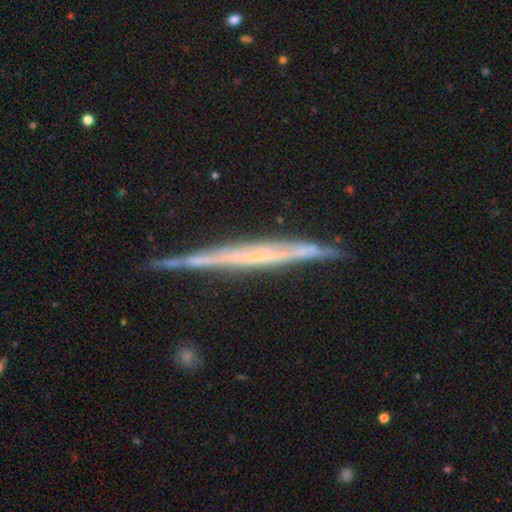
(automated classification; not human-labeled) This is likely a featured or disk galaxy (71%). It is clearly viewed edge-on (97%). Edge-on bulge: clearly none (84%). Merging: clearly none (83%).